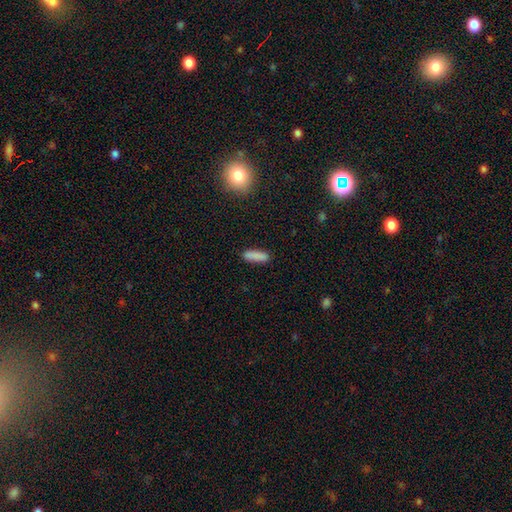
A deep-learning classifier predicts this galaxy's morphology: Smooth or featured: smooth — 86% (star or artifact — 8%)
How rounded: cigar-shaped — 51% (in between — 47%)
Merging: none — 84% (minor disturbance — 11%)